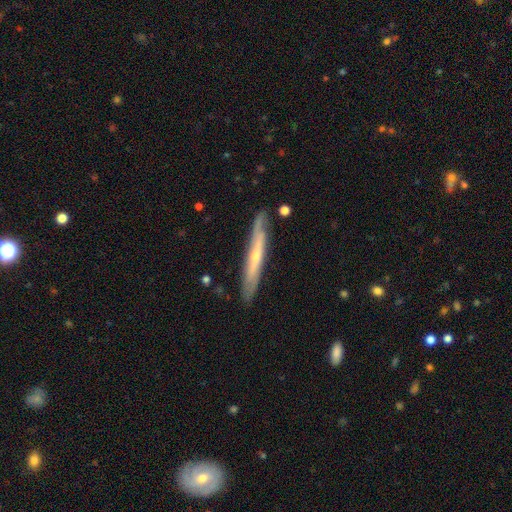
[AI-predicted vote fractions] Smooth or featured?
  - featured or disk: 62% *
  - smooth: 33%
  - star or artifact: 5%
Edge-on disk?
  - yes: 82% *
  - no: 18%
Edge-on bulge?
  - rounded: 54% *
  - none: 42%
  - boxy: 4%
Merging?
  - none: 81% *
  - minor disturbance: 14%
  - major disturbance: 3%
  - merger: 2%